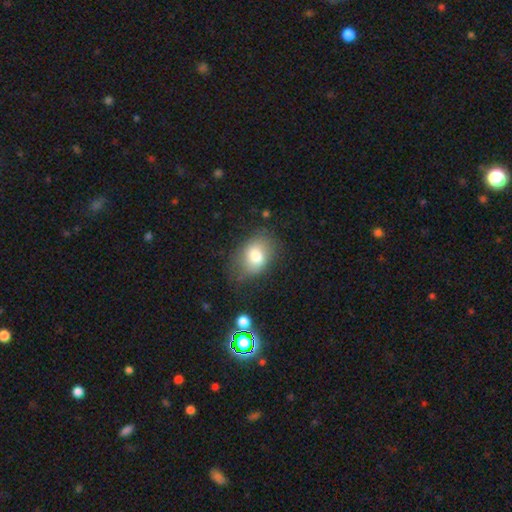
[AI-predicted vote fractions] Overall: smooth (76%). How rounded: in between (73%). Merging: none (62%; minor disturbance 25%).